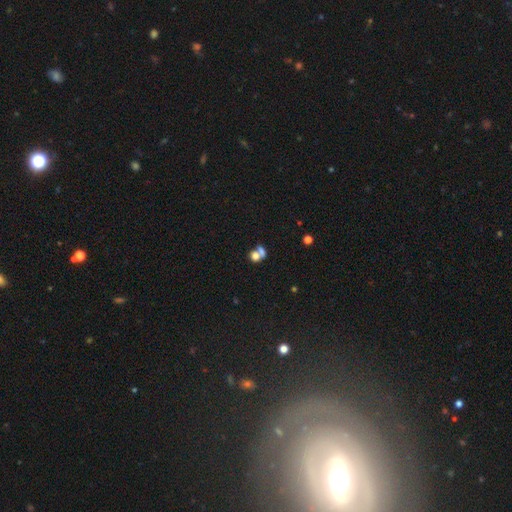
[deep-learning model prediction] Morphology: type=smooth (68%); roundness=round (66%); merging=merger (50%).